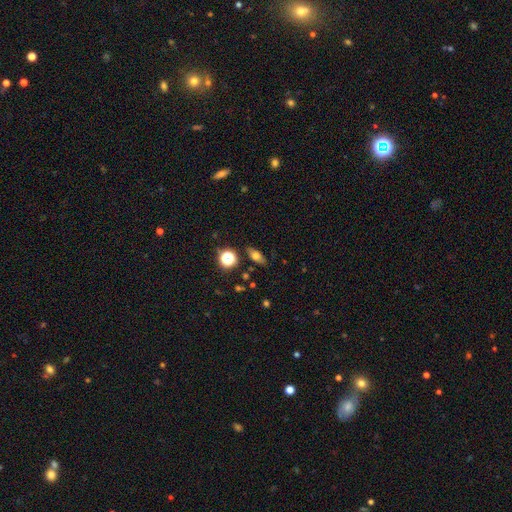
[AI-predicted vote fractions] A smooth galaxy with no disk features (65%) that is in between round and cigar-shaped (71%). Merging: none (83%).